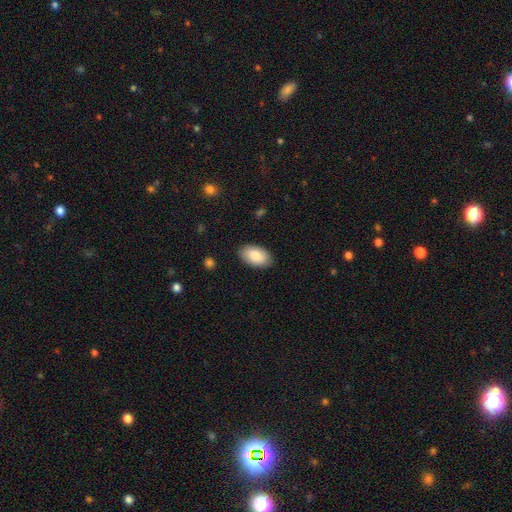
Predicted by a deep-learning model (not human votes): This is clearly a smooth galaxy (87%). How rounded: clearly in between (95%). Merging: clearly none (87%).